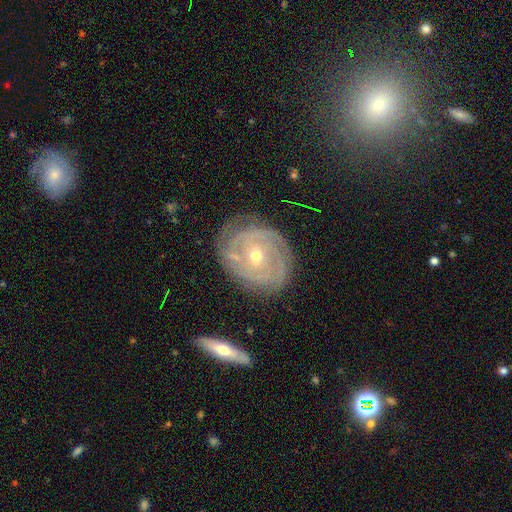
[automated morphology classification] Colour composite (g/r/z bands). It shows a featured or disk galaxy (87%) with no bar (70%), 3 (29%) tight (80%) spiral arms (96%) and a small central bulge (55%). Merging: none (76%).